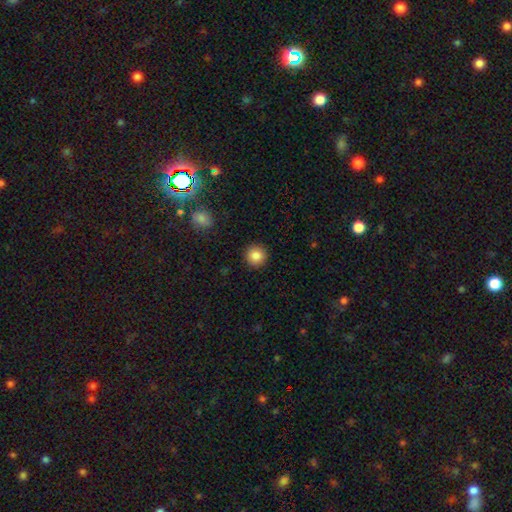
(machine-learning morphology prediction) smooth 86%, star or artifact 9%, featured or disk 5%. Down the decision tree: how rounded — round (94%); merging — none (92%).